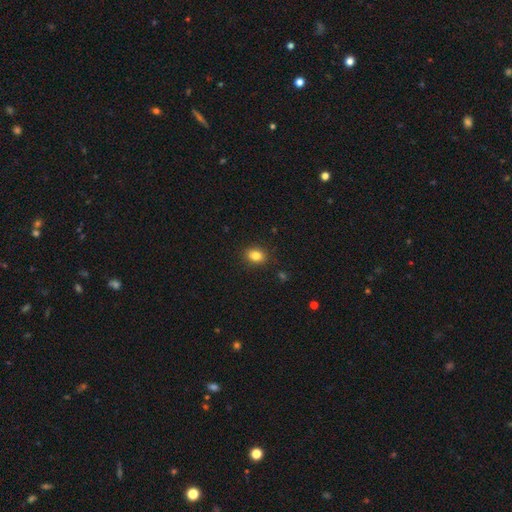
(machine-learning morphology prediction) smooth 83%, star or artifact 10%, featured or disk 6%. Down the decision tree: how rounded — in between (62%); merging — none (88%).